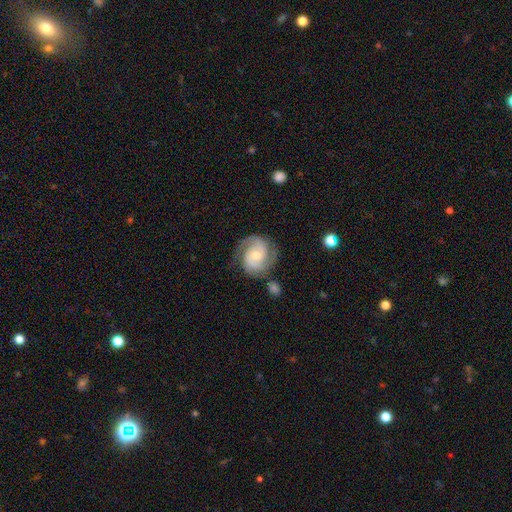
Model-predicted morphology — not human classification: Overall: featured or disk (84%). Edge-on disk: no (98%). Bar: no (58%; weak 34%). Spiral arms: yes (97%). Spiral arm count: 2 (81%). Spiral winding: tight (46%; medium 44%). Bulge size: small (56%; moderate 38%). Merging: none (74%).